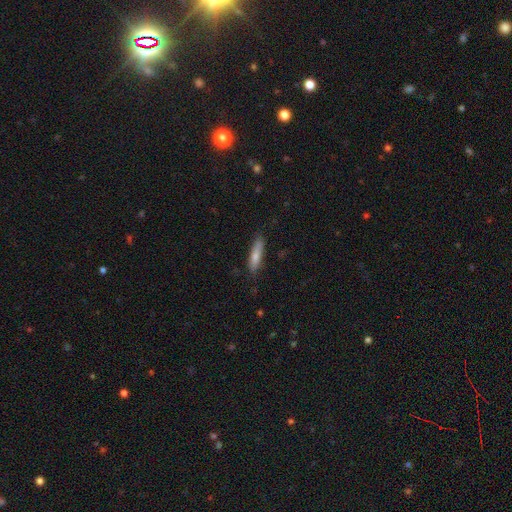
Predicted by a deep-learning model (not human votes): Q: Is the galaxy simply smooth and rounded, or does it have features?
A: smooth — 74%.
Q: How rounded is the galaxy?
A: cigar-shaped — 79%.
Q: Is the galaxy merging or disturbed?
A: none — 80%.